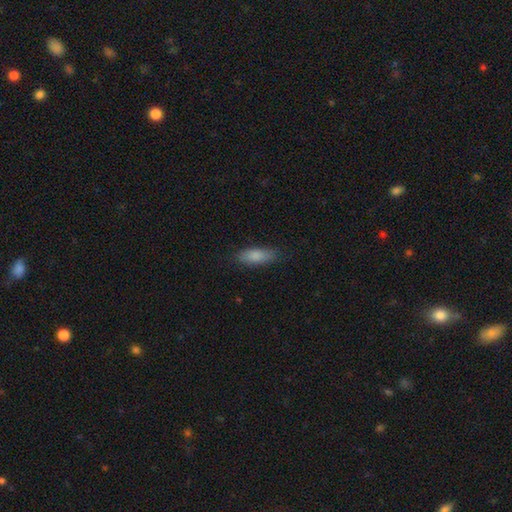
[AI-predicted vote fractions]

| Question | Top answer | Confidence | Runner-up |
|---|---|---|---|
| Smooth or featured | smooth | 85% | featured or disk (9%) |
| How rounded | in between | 69% | cigar-shaped (29%) |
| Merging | none | 81% | minor disturbance (14%) |